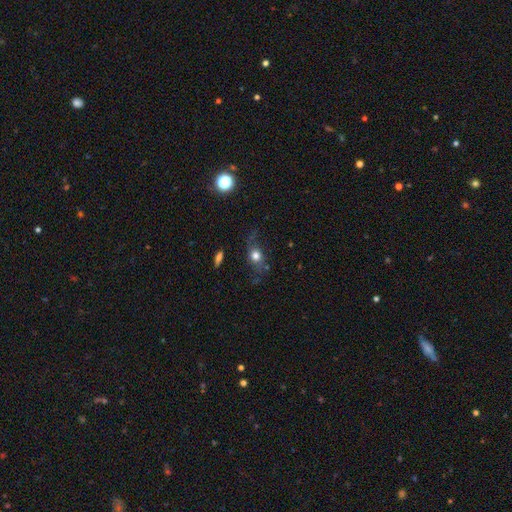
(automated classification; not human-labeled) Smooth or featured?
  - smooth: 59% *
  - featured or disk: 28%
  - star or artifact: 14%
How rounded?
  - round: 54% *
  - in between: 41%
  - cigar-shaped: 5%
Merging?
  - none: 59% *
  - minor disturbance: 23%
  - major disturbance: 15%
  - merger: 3%